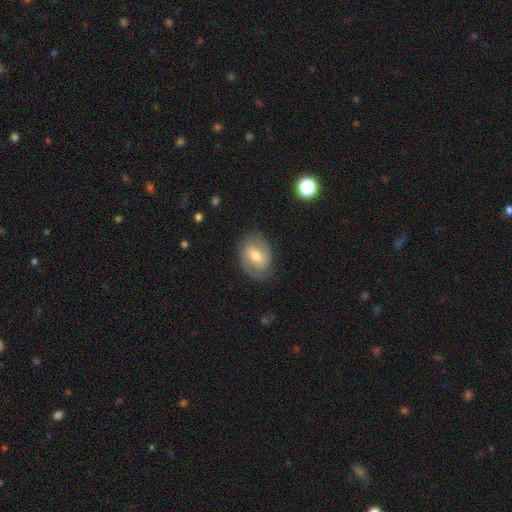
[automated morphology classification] smooth-or-featured: featured or disk: 65% | smooth: 28% | star or artifact: 7%
  disk-edge-on: no: 96% | yes: 4%
    bar: weak: 44% | no: 40% | strong: 16%
    has-spiral-arms: yes: 85% | no: 15%
      spiral-winding: medium: 44% | tight: 40% | loose: 17%
      spiral-arm-count: 2: 76% | can't tell: 13% | 1: 5% | 3: 4% | 4: 1% | more than 4: 1%
    bulge-size: moderate: 68% | small: 26% | large: 4% | none: 1% | dominant: 1%
  merging: none: 78% | minor disturbance: 16% | major disturbance: 5% | merger: 1%